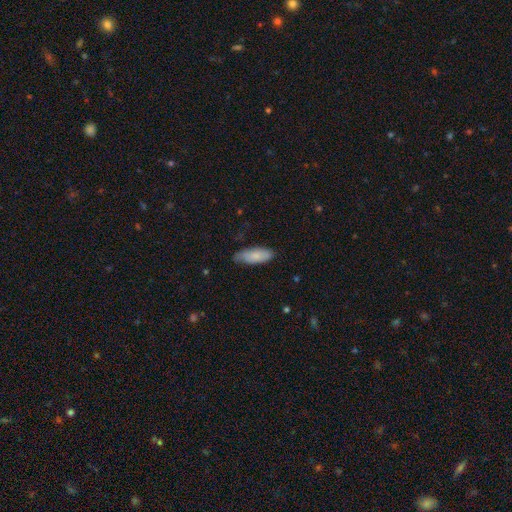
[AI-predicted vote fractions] The model was most divided on "merging": none: 67%, minor disturbance: 27%, major disturbance: 4%, merger: 1%. More confident: smooth or featured — smooth (79%); how rounded — in between (71%).